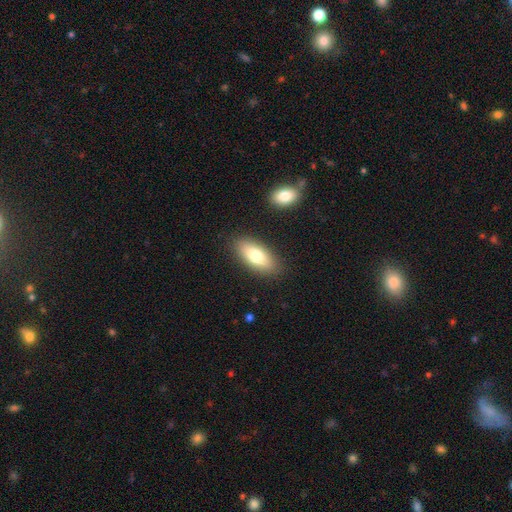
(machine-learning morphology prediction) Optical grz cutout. It shows a smooth galaxy with no disk features (77%) that is in between round and cigar-shaped (84%). Merging: none (86%).